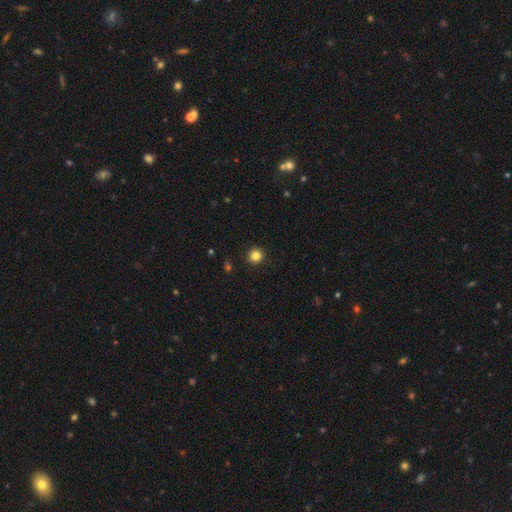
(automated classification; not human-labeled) Smooth or featured? smooth (84%)
How rounded? round (95%)
Merging? none (93%)